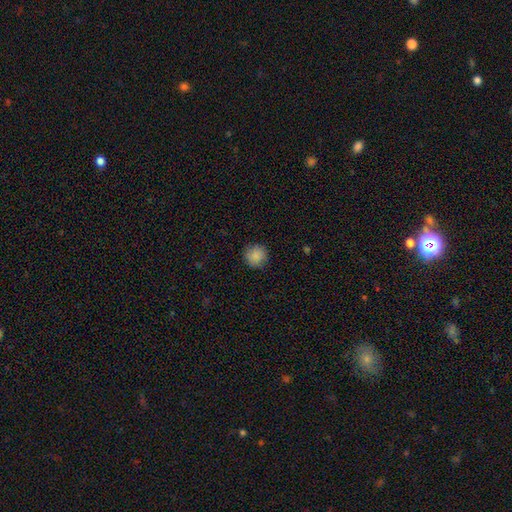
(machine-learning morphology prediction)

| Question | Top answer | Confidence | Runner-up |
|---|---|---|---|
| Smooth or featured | smooth | 87% | star or artifact (8%) |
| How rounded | round | 94% | in between (6%) |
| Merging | none | 88% | minor disturbance (9%) |